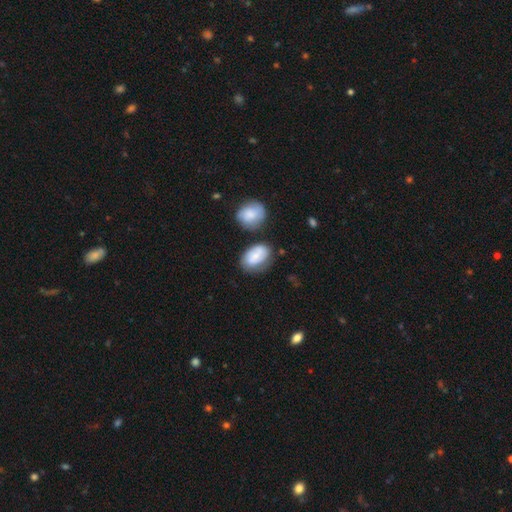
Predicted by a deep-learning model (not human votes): Q: Smooth or featured?
A: smooth (68%); runner-up: featured or disk (25%)
Q: How rounded?
A: in between (87%); runner-up: round (11%)
Q: Merging?
A: none (55%); runner-up: minor disturbance (24%)